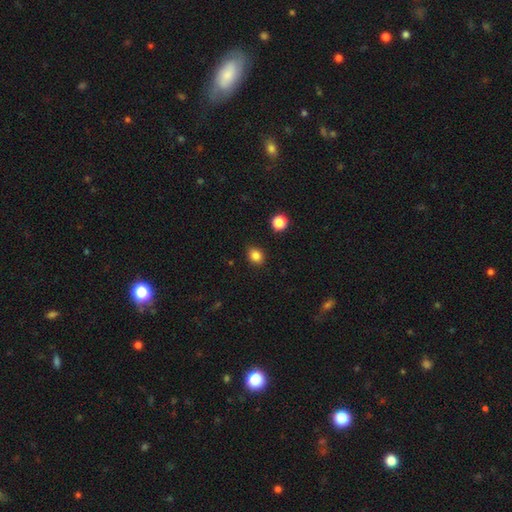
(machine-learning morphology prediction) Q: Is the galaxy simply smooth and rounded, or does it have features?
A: smooth — 85%.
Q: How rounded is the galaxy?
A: round — 59%.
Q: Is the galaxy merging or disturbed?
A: none — 87%.